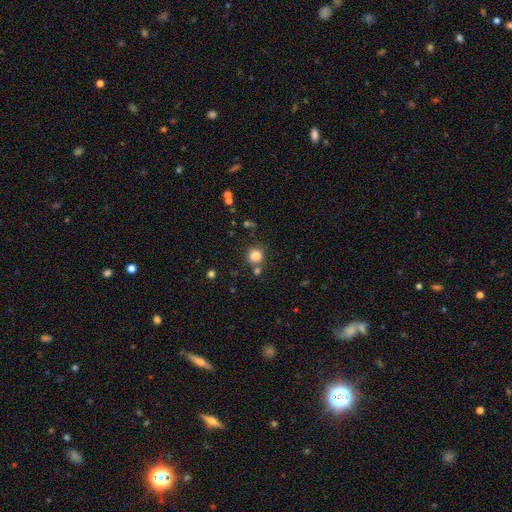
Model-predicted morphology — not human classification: A smooth galaxy with no disk features (81%) that is round (88%). Merging: none (77%).